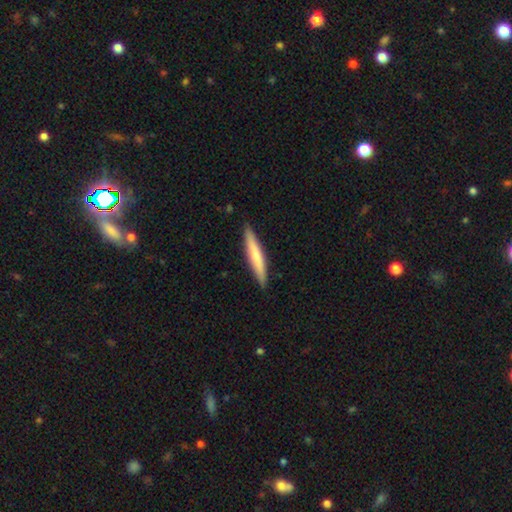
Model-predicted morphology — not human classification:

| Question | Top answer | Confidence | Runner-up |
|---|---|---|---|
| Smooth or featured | smooth | 63% | featured or disk (32%) |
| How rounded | cigar-shaped | 93% | in between (5%) |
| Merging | none | 90% | minor disturbance (8%) |